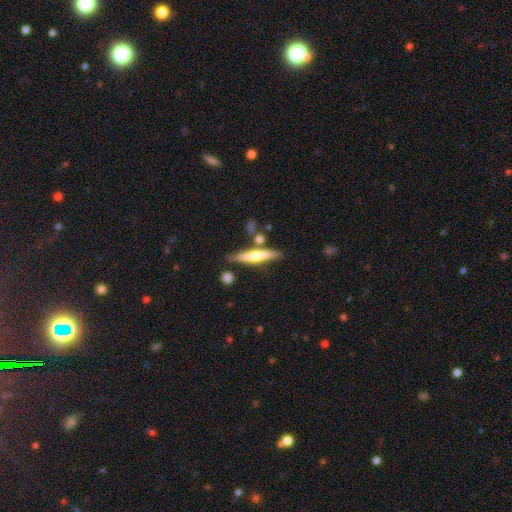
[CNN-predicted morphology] A featured or disk galaxy (50%). Merging: none (76%).